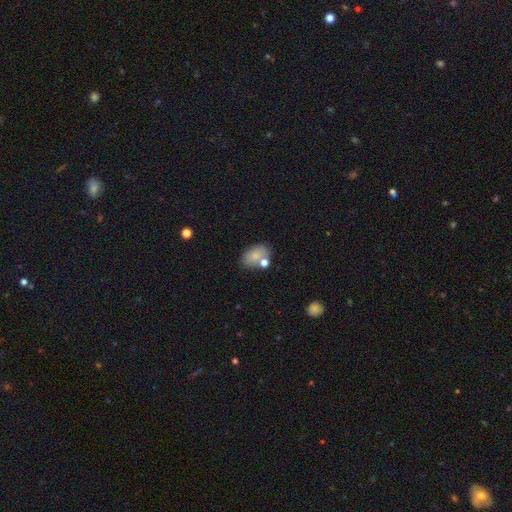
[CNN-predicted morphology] smooth 78%, featured or disk 13%, star or artifact 9%. Down the decision tree: how rounded — in between (85%); merging — none (62%).